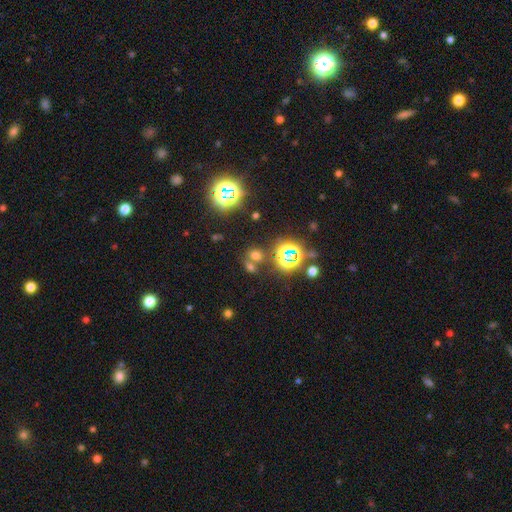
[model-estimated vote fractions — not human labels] smooth 48%, star or artifact 44%, featured or disk 8%. Down the decision tree: merging — none (61%).